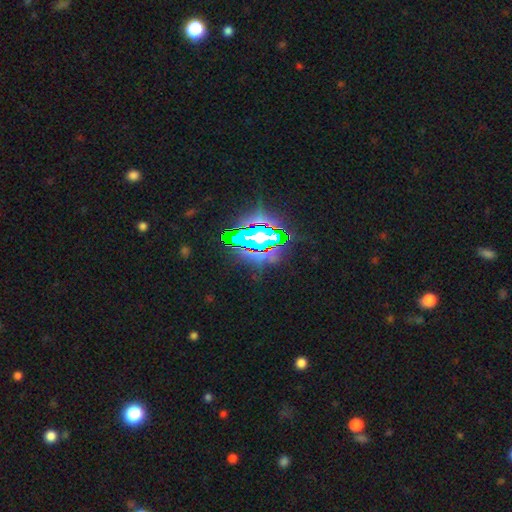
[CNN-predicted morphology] Overall: star or artifact (80%).